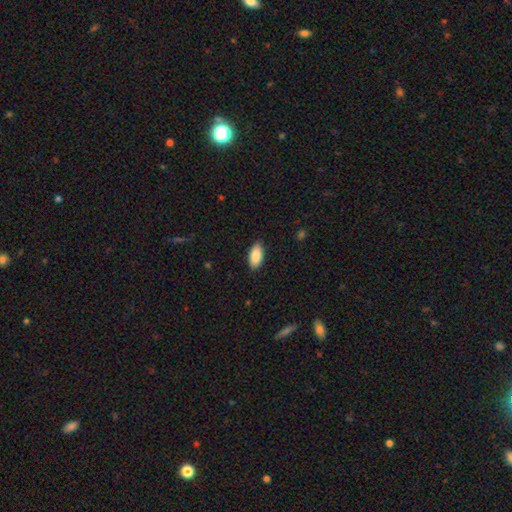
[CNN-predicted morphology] Smooth or featured? smooth (87%)
How rounded? in between (93%)
Merging? none (87%)